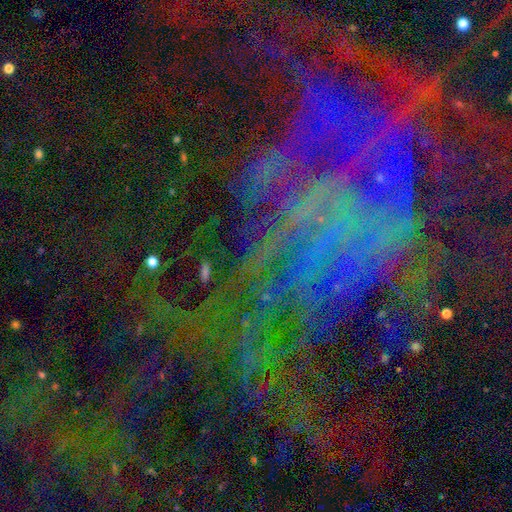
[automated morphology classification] smooth-or-featured: star or artifact: 60% | featured or disk: 28% | smooth: 11%